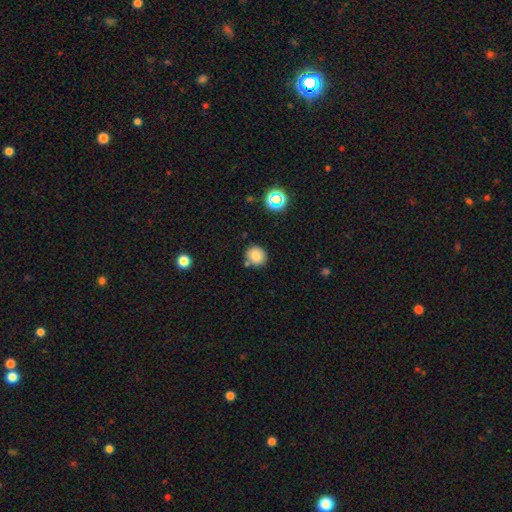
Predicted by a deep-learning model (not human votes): Smooth or featured?
  - smooth: 81% *
  - star or artifact: 12%
  - featured or disk: 7%
How rounded?
  - round: 85% *
  - in between: 14%
  - cigar-shaped: 1%
Merging?
  - none: 76% *
  - minor disturbance: 12%
  - merger: 10%
  - major disturbance: 3%